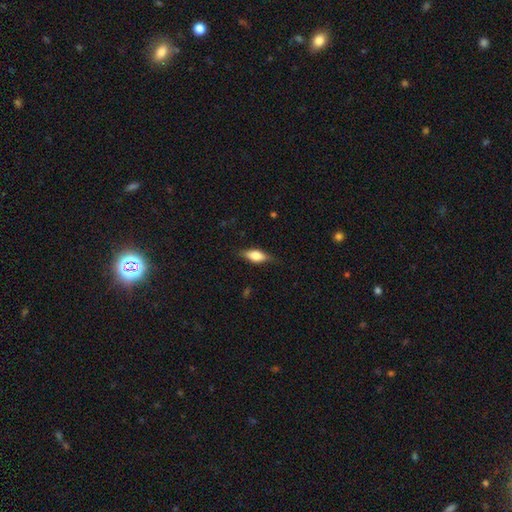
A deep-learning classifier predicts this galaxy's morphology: Smooth or featured?
  - smooth: 64% *
  - featured or disk: 29%
  - star or artifact: 7%
How rounded?
  - in between: 74% *
  - cigar-shaped: 22%
  - round: 4%
Merging?
  - none: 79% *
  - minor disturbance: 16%
  - major disturbance: 4%
  - merger: 1%